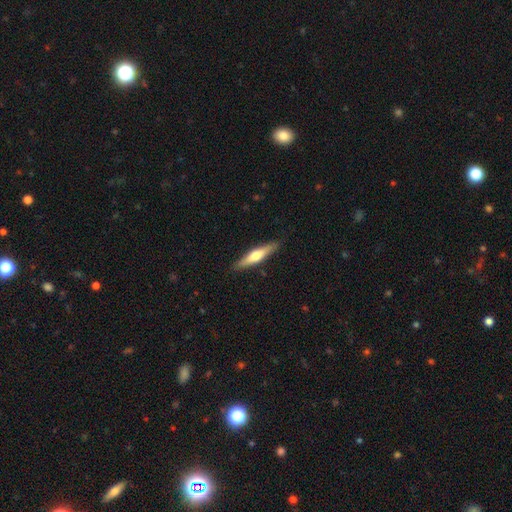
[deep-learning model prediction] smooth_or_featured: featured or disk (p=0.48) [alt: smooth p=0.47]
merging: none (p=0.89) [alt: minor disturbance p=0.08]